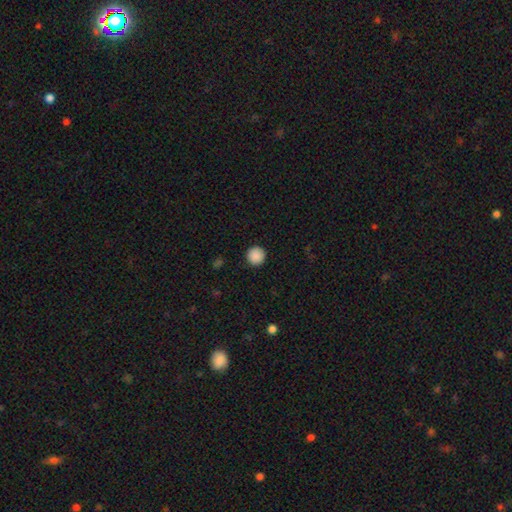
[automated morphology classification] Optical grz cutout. It shows a smooth galaxy with no disk features (89%) that is round (96%). Merging: none (93%).